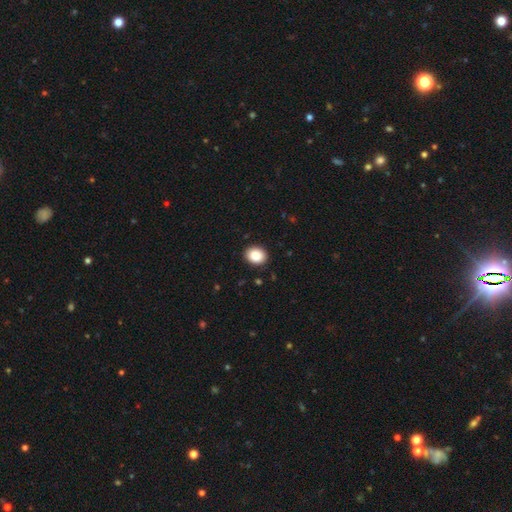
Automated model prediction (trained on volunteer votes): A smooth galaxy with no disk features (89%) that is round (52%). Merging: none (90%).